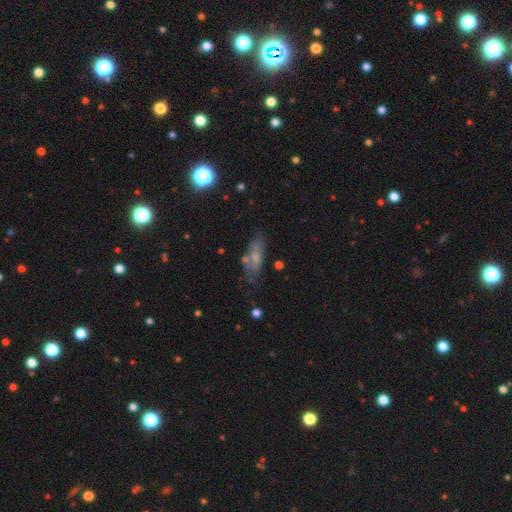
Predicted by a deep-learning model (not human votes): The model was most divided on "smooth or featured": smooth: 43%, featured or disk: 38%, star or artifact: 19%. More confident: merging — none (62%).